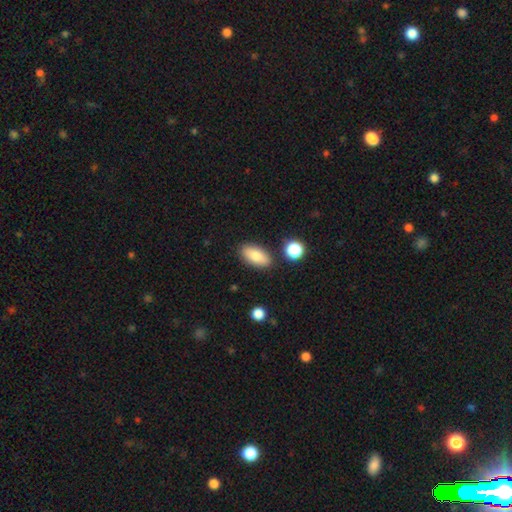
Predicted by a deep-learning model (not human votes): Q: Smooth or featured?
A: smooth (80%); runner-up: featured or disk (13%)
Q: How rounded?
A: in between (88%); runner-up: cigar-shaped (8%)
Q: Merging?
A: none (83%); runner-up: minor disturbance (10%)